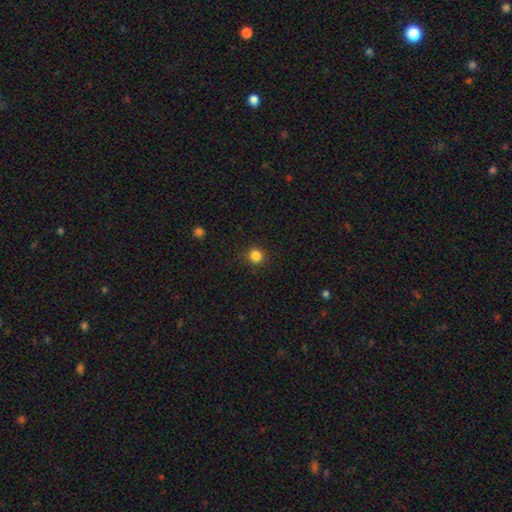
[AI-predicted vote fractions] smooth_or_featured: smooth (p=0.85) [alt: star or artifact p=0.12]
how_rounded: round (p=0.91) [alt: in between p=0.08]
merging: none (p=0.89) [alt: minor disturbance p=0.07]